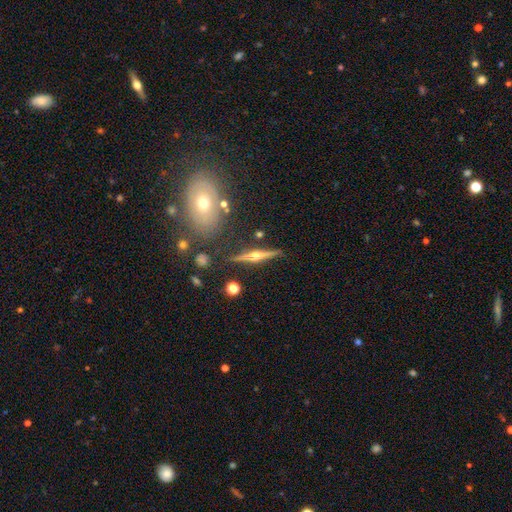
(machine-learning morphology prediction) Smooth or featured? Predicted: featured or disk (p=0.78). Edge-on disk? Predicted: yes (p=0.97). Edge-on bulge? Predicted: rounded (p=0.95). Merging? Predicted: none (p=0.86).